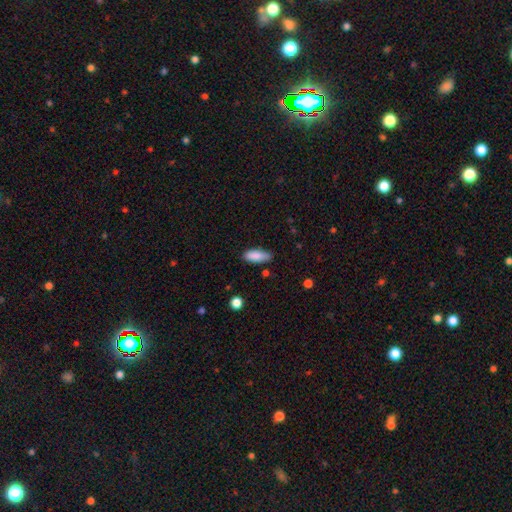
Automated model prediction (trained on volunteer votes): smooth_or_featured: smooth (p=0.87) [alt: star or artifact p=0.07]
how_rounded: in between (p=0.77) [alt: cigar-shaped p=0.21]
merging: none (p=0.76) [alt: minor disturbance p=0.19]